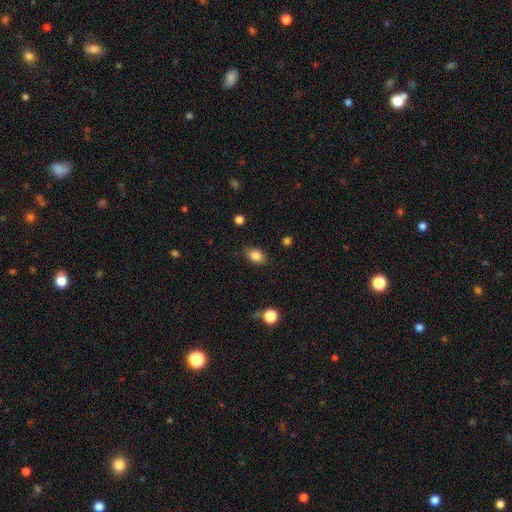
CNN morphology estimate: A smooth galaxy with no disk features (84%) that is in between round and cigar-shaped (83%).

Vote fractions:
- Smooth or featured? smooth: 84% / star or artifact: 9% / featured or disk: 7%
- How rounded? in between: 83% / round: 16% / cigar-shaped: 2%
- Merging? none: 84% / minor disturbance: 11% / major disturbance: 3% / merger: 1%